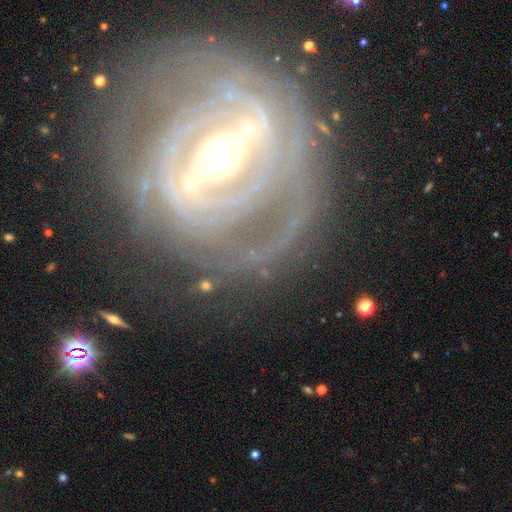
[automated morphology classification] Smooth or featured? Predicted: featured or disk (p=0.88). Edge-on disk? Predicted: no (p=0.92). Bar? Predicted: strong (p=0.66). Spiral arms? Predicted: yes (p=0.88). Spiral winding? Predicted: tight (p=0.71). Spiral arm count? Predicted: can't tell (p=0.32). Bulge size? Predicted: moderate (p=0.64). Merging? Predicted: none (p=0.72).